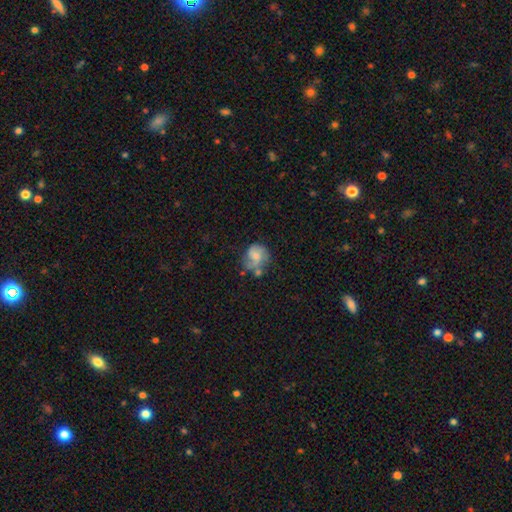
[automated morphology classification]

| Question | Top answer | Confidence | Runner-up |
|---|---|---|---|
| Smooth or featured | smooth | 48% | featured or disk (43%) |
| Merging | none | 40% | minor disturbance (27%) |